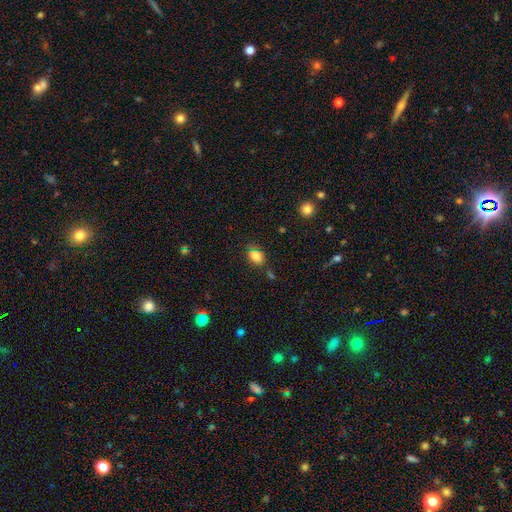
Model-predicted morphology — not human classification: A smooth galaxy with no disk features (78%) that is in between round and cigar-shaped (75%).

Vote fractions:
- Smooth or featured? smooth: 78% / star or artifact: 15% / featured or disk: 6%
- How rounded? in between: 75% / round: 24% / cigar-shaped: 2%
- Merging? none: 71% / minor disturbance: 18% / merger: 6% / major disturbance: 5%